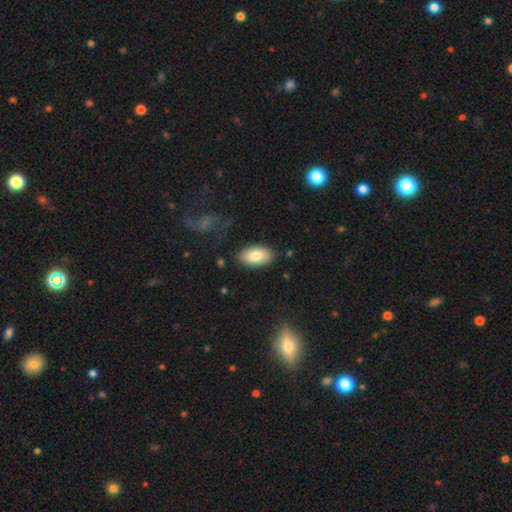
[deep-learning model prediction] Overall: smooth (82%). How rounded: in between (94%). Merging: none (84%).